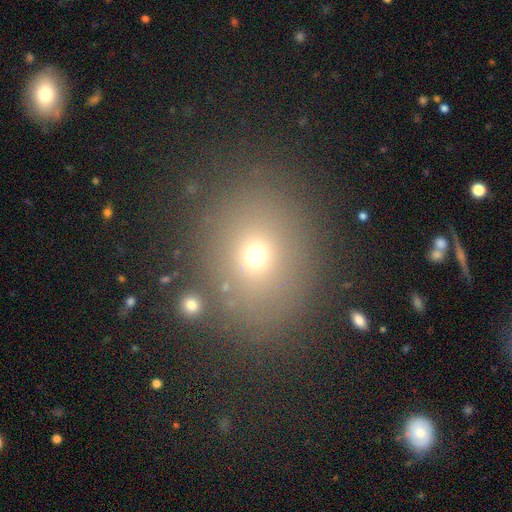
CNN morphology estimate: smooth 65%, star or artifact 22%, featured or disk 12%. Down the decision tree: how rounded — round (63%); merging — none (82%).